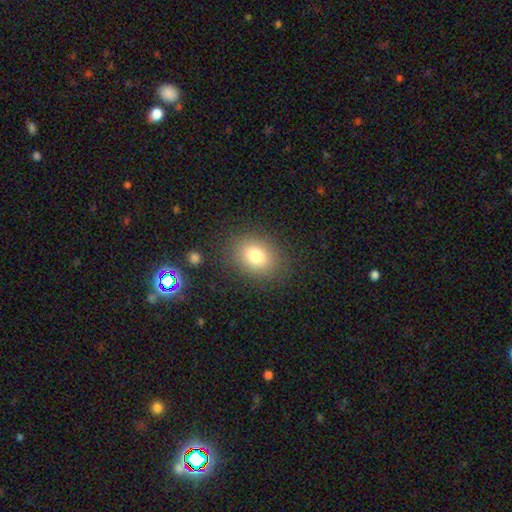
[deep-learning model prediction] smooth 79%, star or artifact 11%, featured or disk 10%. Down the decision tree: how rounded — in between (58%); merging — none (84%).